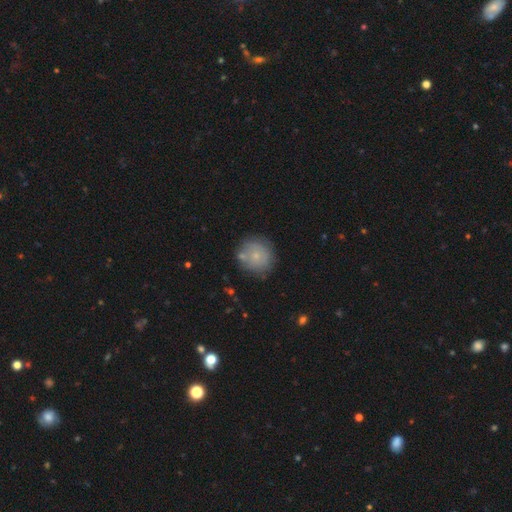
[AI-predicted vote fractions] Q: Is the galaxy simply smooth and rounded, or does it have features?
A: smooth — 67%.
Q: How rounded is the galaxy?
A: round — 91%.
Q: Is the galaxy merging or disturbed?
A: none — 72%.